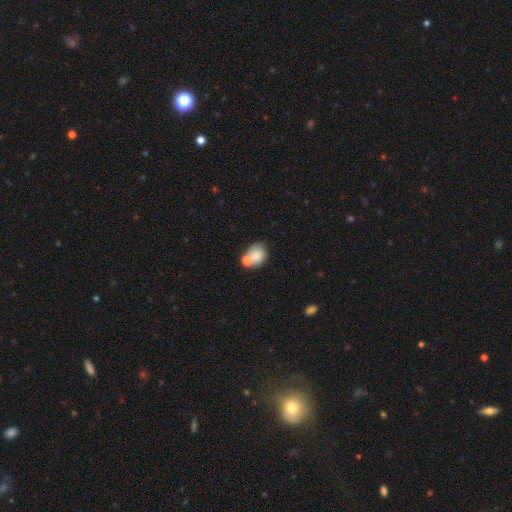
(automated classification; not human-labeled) smooth-or-featured: smooth: 73% | featured or disk: 18% | star or artifact: 9%
  how-rounded: in between: 53% | round: 46% | cigar-shaped: 1%
  merging: none: 41% | merger: 37% | minor disturbance: 16% | major disturbance: 6%